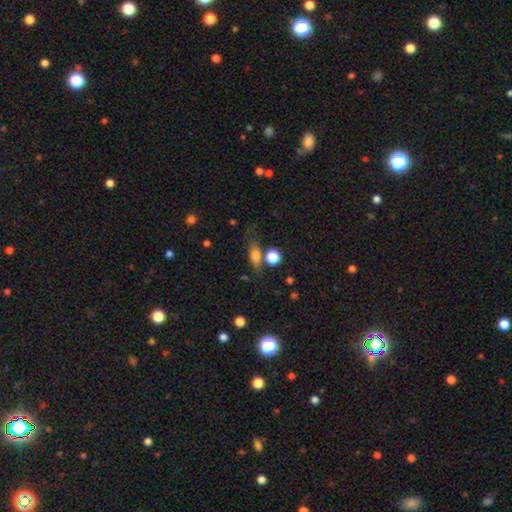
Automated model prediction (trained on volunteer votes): A smooth galaxy with no disk features (73%) that is in between round and cigar-shaped (62%).

Vote fractions:
- Smooth or featured? smooth: 73% / featured or disk: 16% / star or artifact: 11%
- How rounded? in between: 62% / cigar-shaped: 20% / round: 17%
- Merging? none: 63% / minor disturbance: 17% / merger: 13% / major disturbance: 7%